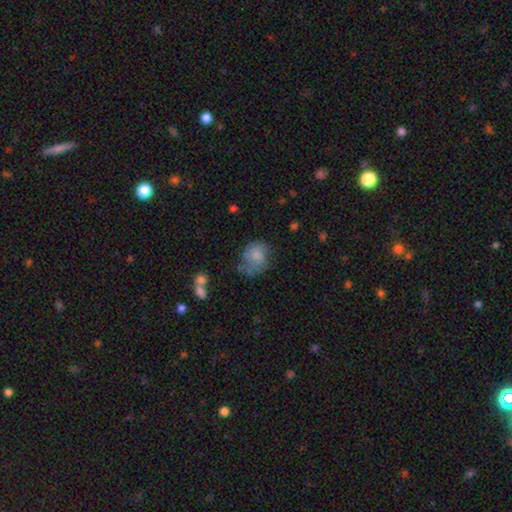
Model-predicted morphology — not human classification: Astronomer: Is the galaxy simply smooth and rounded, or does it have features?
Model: smooth — 66%.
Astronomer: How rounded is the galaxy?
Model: round — 65%.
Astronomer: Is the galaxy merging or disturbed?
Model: none — 45% (runner-up: minor disturbance, 30%).